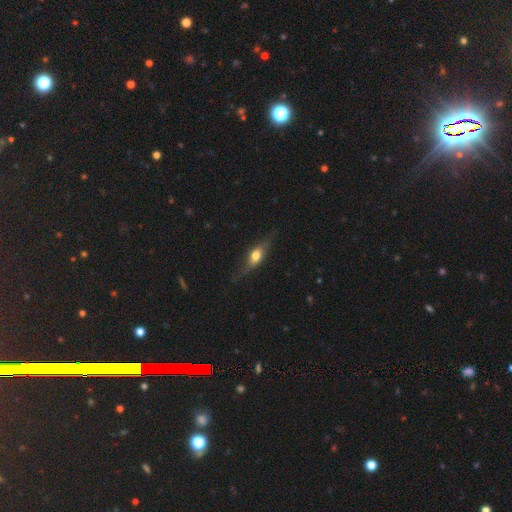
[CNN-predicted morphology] type=smooth (51%); roundness=in between (54%); merging=none (68%).